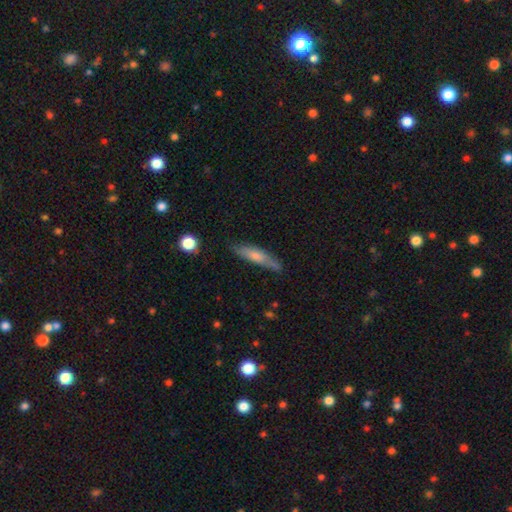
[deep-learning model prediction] Morphology: type=smooth (59%); roundness=cigar-shaped (79%); merging=none (78%).